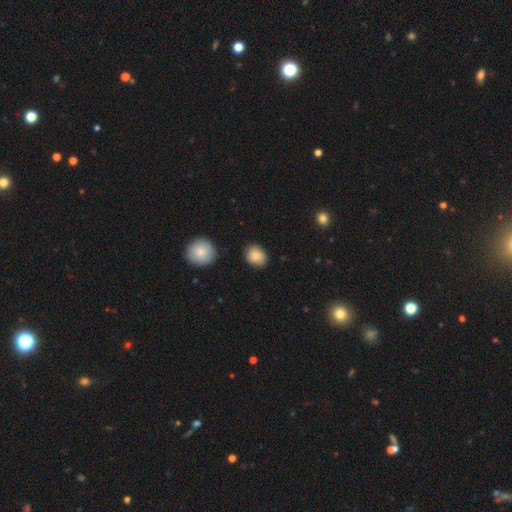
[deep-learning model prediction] smooth 84%, featured or disk 8%, star or artifact 8%. Down the decision tree: how rounded — round (53%); merging — none (84%).